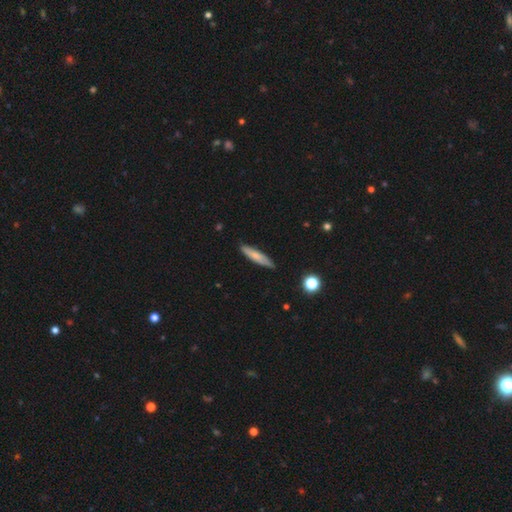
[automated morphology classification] Smooth or featured? smooth (69%)
How rounded? cigar-shaped (84%)
Merging? none (84%)